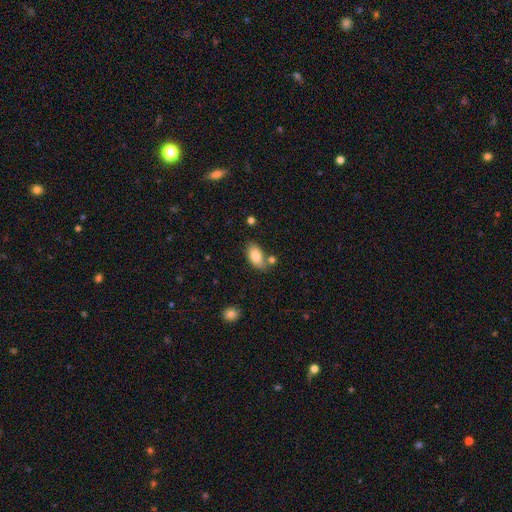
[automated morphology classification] A smooth galaxy with no disk features (82%) that is in between round and cigar-shaped (93%). Merging: none (63%).